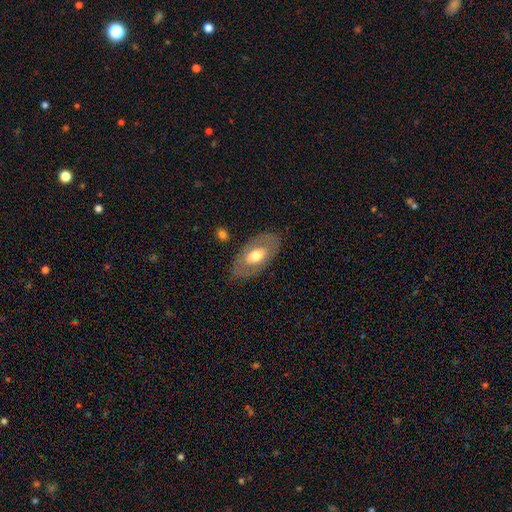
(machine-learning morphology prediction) Smooth or featured? Predicted: smooth (p=0.49). Merging? Predicted: none (p=0.82).